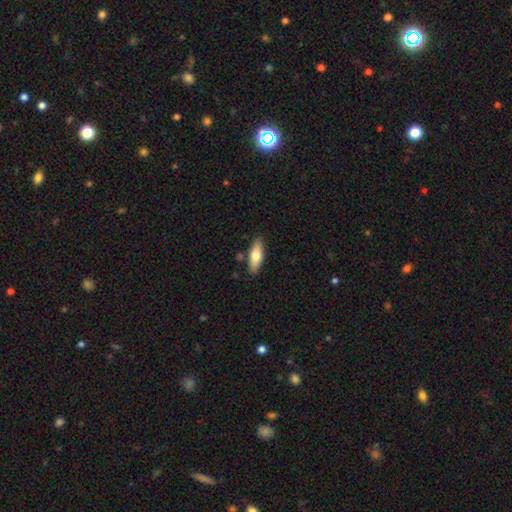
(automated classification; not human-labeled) smooth_or_featured: smooth (p=0.69) [alt: featured or disk p=0.25]
how_rounded: in between (p=0.64) [alt: cigar-shaped p=0.34]
merging: none (p=0.84) [alt: minor disturbance p=0.11]